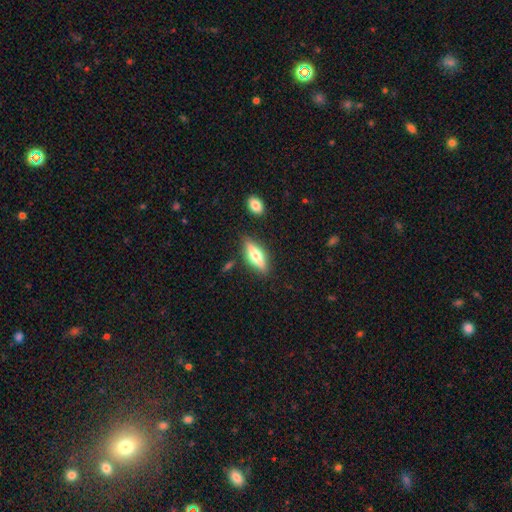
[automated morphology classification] Overall: featured or disk (53%; smooth 40%). Edge-on disk: yes (91%). Merging: none (84%).